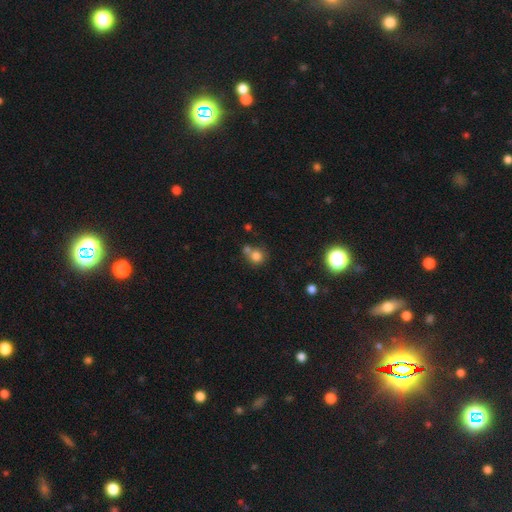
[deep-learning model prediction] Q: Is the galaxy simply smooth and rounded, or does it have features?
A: smooth — 78%.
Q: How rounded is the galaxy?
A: round — 86%.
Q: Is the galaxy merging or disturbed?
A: none — 47%.